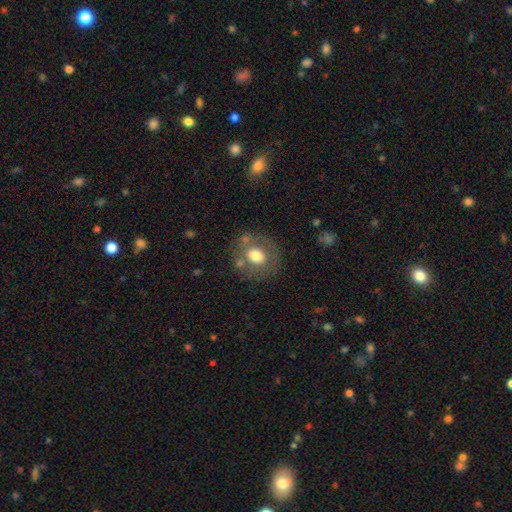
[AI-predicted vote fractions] This appears to be a smooth galaxy with no disk features (67%) that is round (71%). Merging: none (71%).